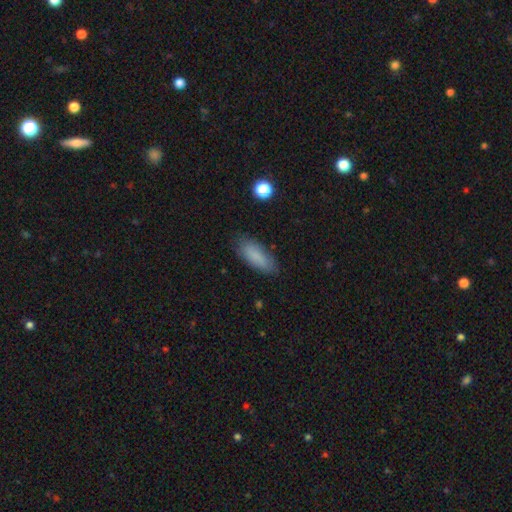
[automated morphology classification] Smooth or featured? smooth (86%)
How rounded? in between (72%)
Merging? none (82%)